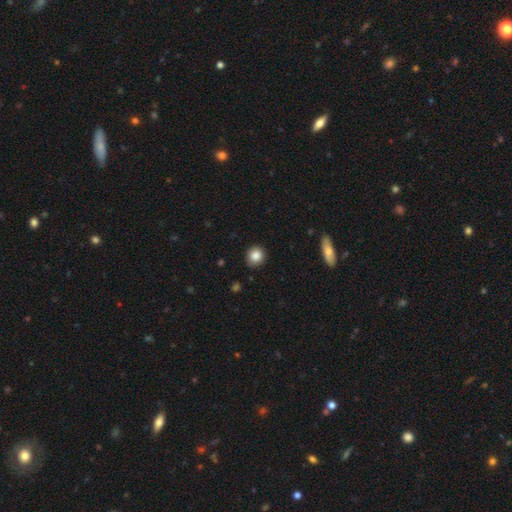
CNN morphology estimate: Overall: smooth (86%). How rounded: round (86%). Merging: none (88%).